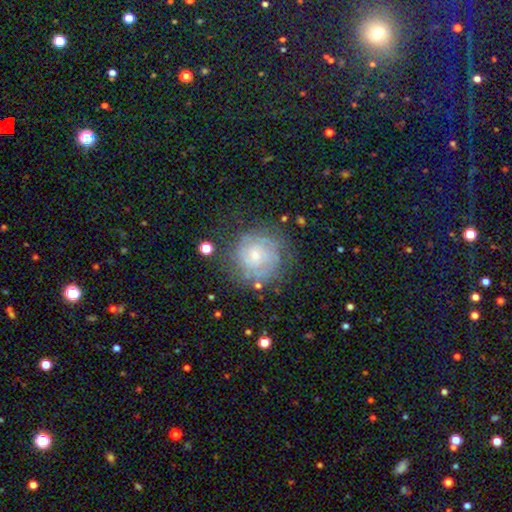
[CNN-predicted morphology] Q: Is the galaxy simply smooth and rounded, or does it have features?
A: featured or disk — 67%.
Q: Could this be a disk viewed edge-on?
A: no — 98%.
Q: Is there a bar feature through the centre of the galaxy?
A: no — 78%.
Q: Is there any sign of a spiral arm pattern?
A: yes — 78%.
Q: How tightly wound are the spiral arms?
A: tight — 70%.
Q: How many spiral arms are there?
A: can't tell — 53%.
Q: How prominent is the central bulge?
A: small — 66%.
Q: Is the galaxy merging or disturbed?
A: none — 67%.